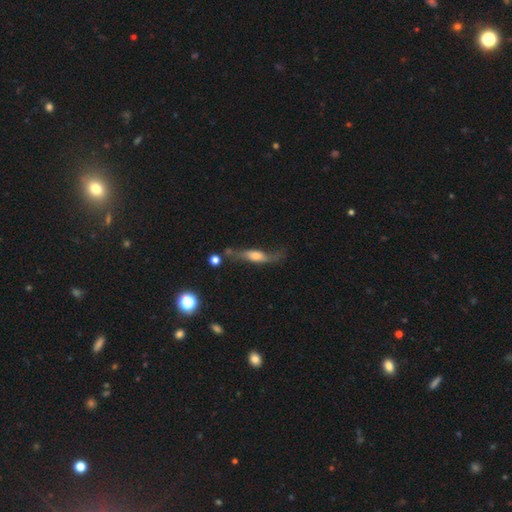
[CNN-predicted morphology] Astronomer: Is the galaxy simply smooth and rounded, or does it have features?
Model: featured or disk — 54% (runner-up: smooth, 38%).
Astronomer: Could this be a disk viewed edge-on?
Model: yes — 61% (runner-up: no, 39%).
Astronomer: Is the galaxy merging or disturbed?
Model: none — 49% (runner-up: minor disturbance, 25%).